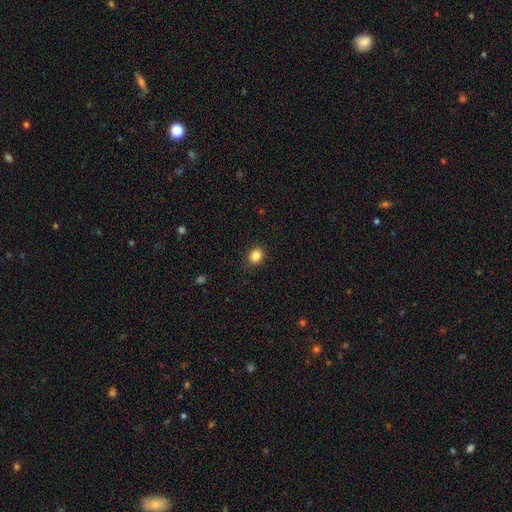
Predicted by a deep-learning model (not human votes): smooth 84%, star or artifact 11%, featured or disk 4%. Down the decision tree: how rounded — round (76%); merging — none (88%).